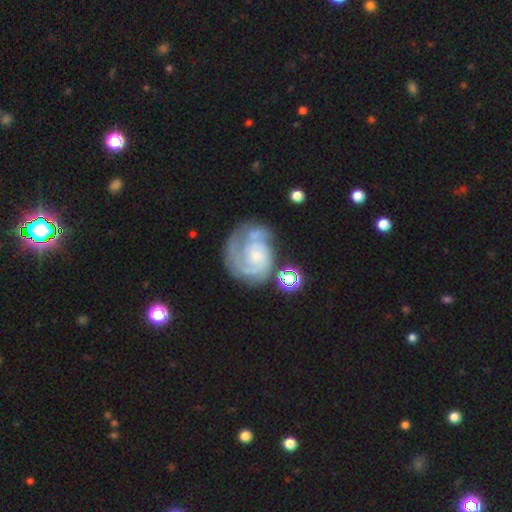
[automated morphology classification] featured or disk 83%, smooth 10%, star or artifact 6%. Down the decision tree: edge-on disk — no (98%); bar — no (70%); spiral arms — yes (95%); spiral arm count — 2 (39%); spiral winding — tight (60%); bulge size — small (61%); merging — none (54%).